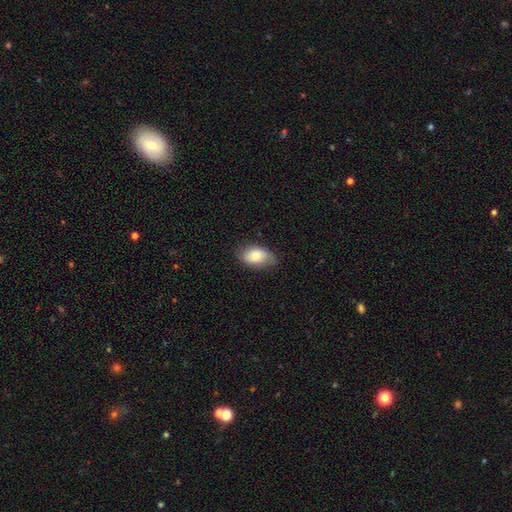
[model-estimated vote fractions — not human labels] Morphology: type=smooth (81%); roundness=in between (92%); merging=none (73%).